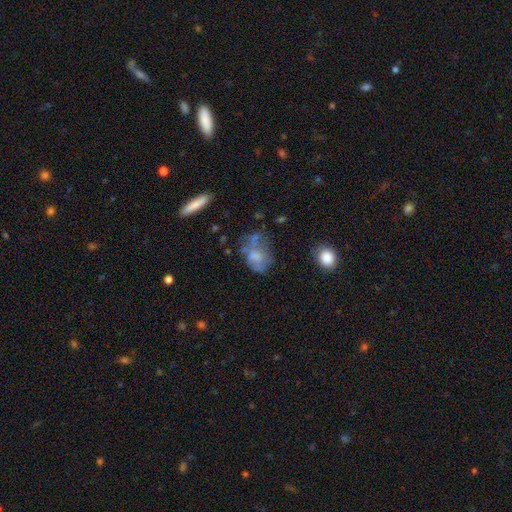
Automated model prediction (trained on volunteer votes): smooth 57%, featured or disk 31%, star or artifact 12%. Down the decision tree: how rounded — in between (72%); merging — none (36%).